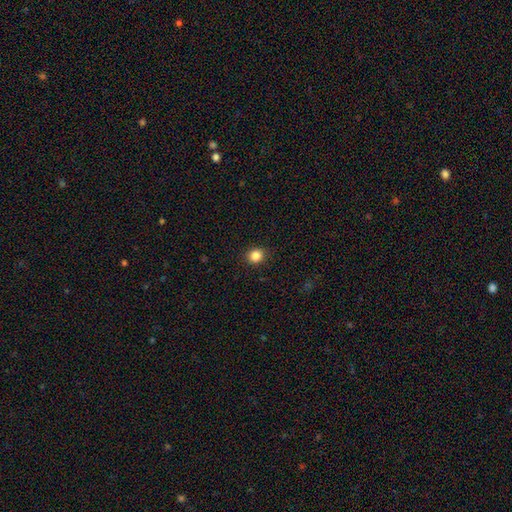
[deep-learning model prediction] A smooth galaxy with no disk features (85%) that is round (80%).

Vote fractions:
- Smooth or featured? smooth: 85% / star or artifact: 11% / featured or disk: 4%
- How rounded? round: 80% / in between: 19% / cigar-shaped: 1%
- Merging? none: 90% / minor disturbance: 7% / major disturbance: 2% / merger: 1%